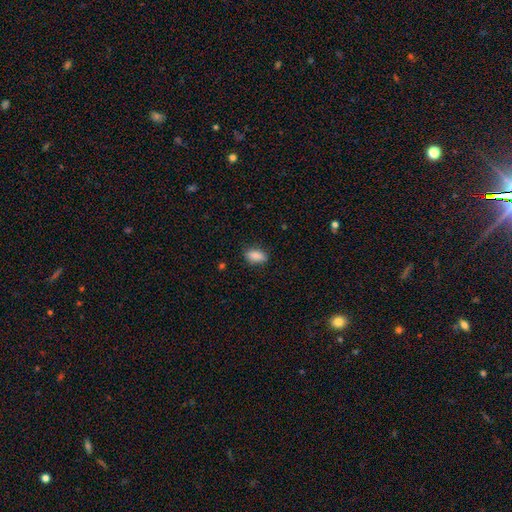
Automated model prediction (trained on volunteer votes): Smooth or featured?
  - smooth: 87% *
  - star or artifact: 8%
  - featured or disk: 5%
How rounded?
  - in between: 86% *
  - cigar-shaped: 8%
  - round: 6%
Merging?
  - none: 78% *
  - minor disturbance: 17%
  - major disturbance: 3%
  - merger: 1%